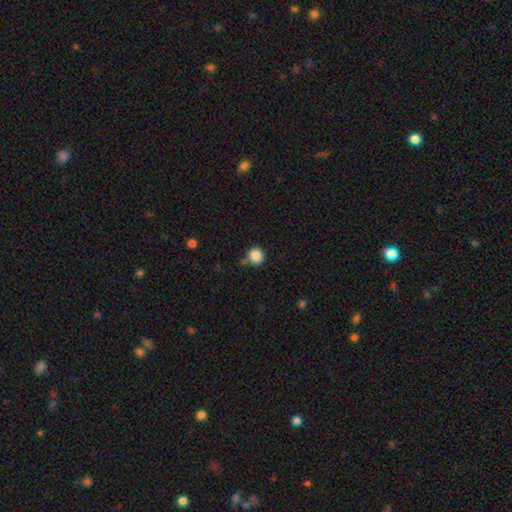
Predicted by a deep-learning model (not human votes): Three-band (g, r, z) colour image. It shows a smooth galaxy with no disk features (86%) that is round (94%). Merging: none (76%).